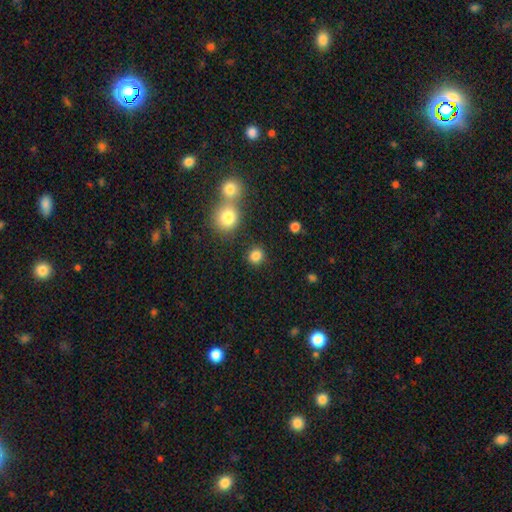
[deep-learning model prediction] Q: Smooth or featured?
A: smooth (84%); runner-up: star or artifact (11%)
Q: How rounded?
A: round (86%); runner-up: in between (12%)
Q: Merging?
A: none (85%); runner-up: minor disturbance (7%)